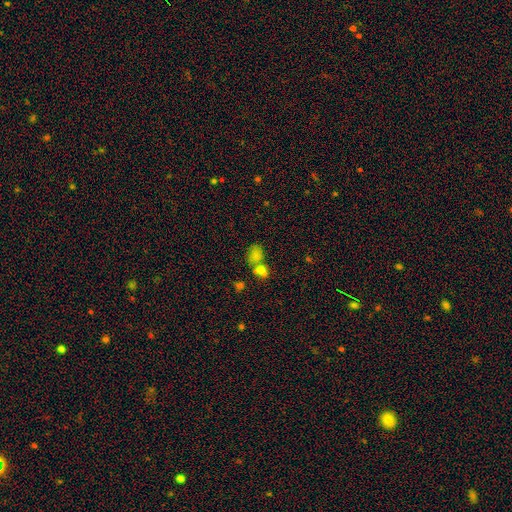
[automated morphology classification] Smooth or featured? Predicted: smooth (p=0.68). How rounded? Predicted: in between (p=0.68). Merging? Predicted: none (p=0.39).